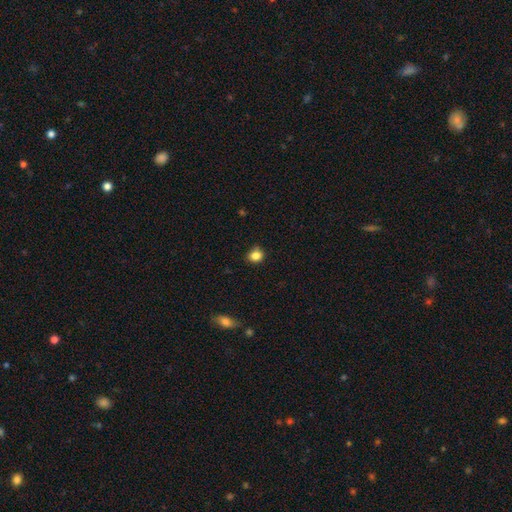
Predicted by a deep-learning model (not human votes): This appears to be a smooth galaxy with no disk features (84%) that is round (71%). Merging: none (79%).